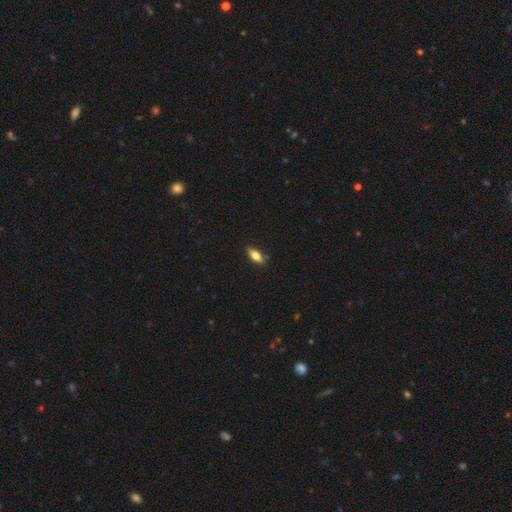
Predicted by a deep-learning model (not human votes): A smooth galaxy with no disk features (74%) that is in between round and cigar-shaped (79%).

Vote fractions:
- Smooth or featured? smooth: 74% / featured or disk: 19% / star or artifact: 7%
- How rounded? in between: 79% / cigar-shaped: 18% / round: 3%
- Merging? none: 84% / minor disturbance: 12% / major disturbance: 2% / merger: 1%